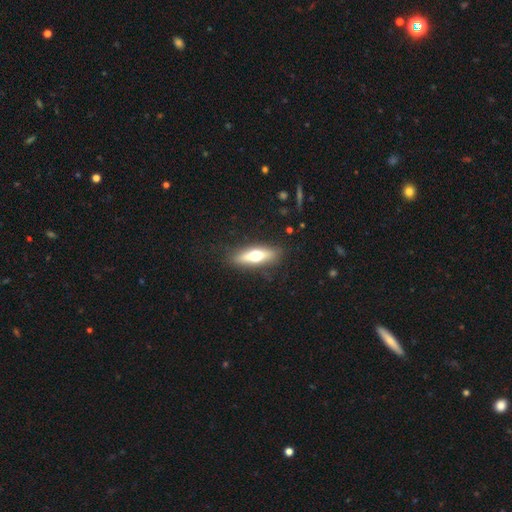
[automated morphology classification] smooth_or_featured: smooth (p=0.48) [alt: featured or disk p=0.45]
merging: none (p=0.84) [alt: minor disturbance p=0.11]